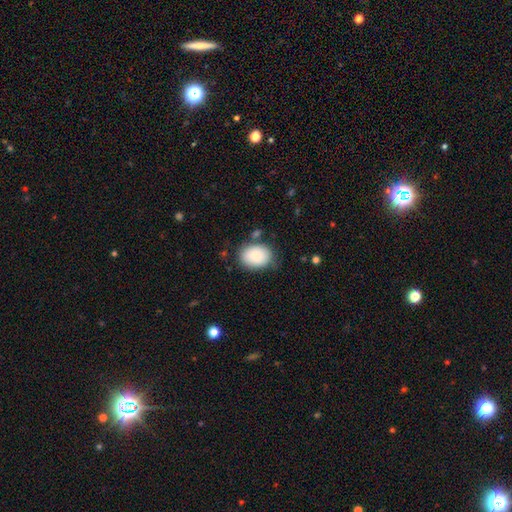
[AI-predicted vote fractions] smooth-or-featured: smooth: 85% | featured or disk: 8% | star or artifact: 7%
  how-rounded: in between: 70% | round: 29% | cigar-shaped: 1%
  merging: none: 73% | minor disturbance: 18% | major disturbance: 5% | merger: 4%